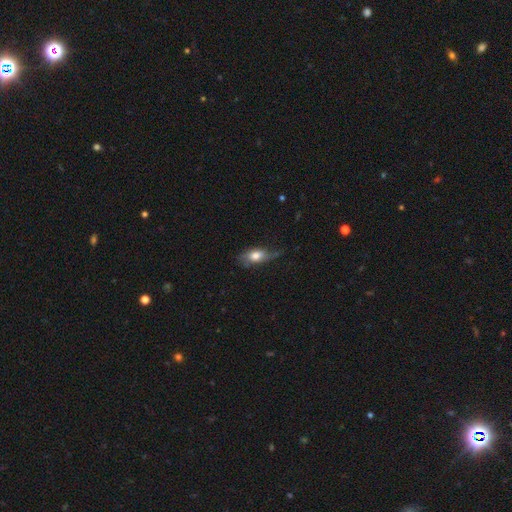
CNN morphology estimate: smooth_or_featured: smooth (p=0.67) [alt: featured or disk p=0.26]
how_rounded: in between (p=0.83) [alt: cigar-shaped p=0.11]
merging: none (p=0.49) [alt: minor disturbance p=0.35]